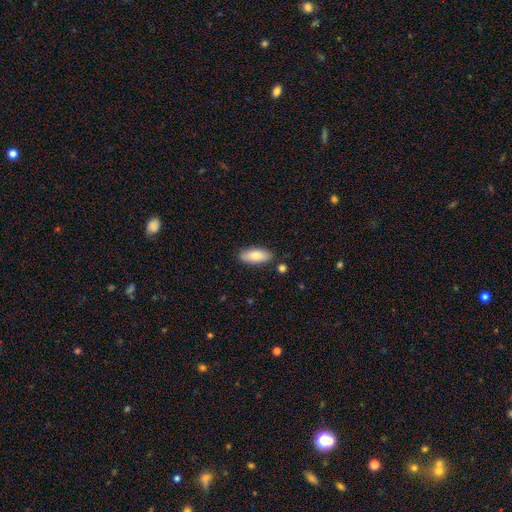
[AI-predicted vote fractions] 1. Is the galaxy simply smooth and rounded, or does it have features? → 81% smooth, 13% featured or disk, 6% star or artifact.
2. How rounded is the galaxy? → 81% in between, 17% cigar-shaped, 2% round.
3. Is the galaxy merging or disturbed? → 83% none, 11% minor disturbance, 3% merger, 2% major disturbance.